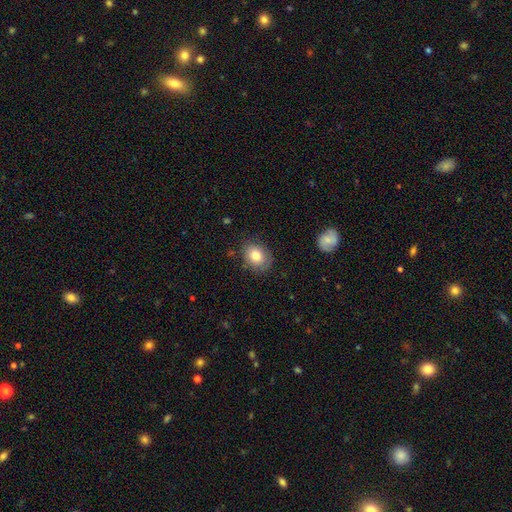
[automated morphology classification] This is likely a smooth galaxy (79%). How rounded: possibly in between (55%). Merging: clearly none (81%).